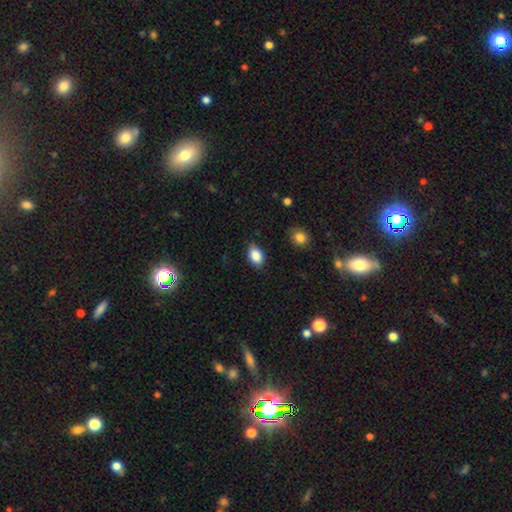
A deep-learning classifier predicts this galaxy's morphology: Smooth or featured? Predicted: smooth (p=0.87). How rounded? Predicted: in between (p=0.82). Merging? Predicted: none (p=0.79).